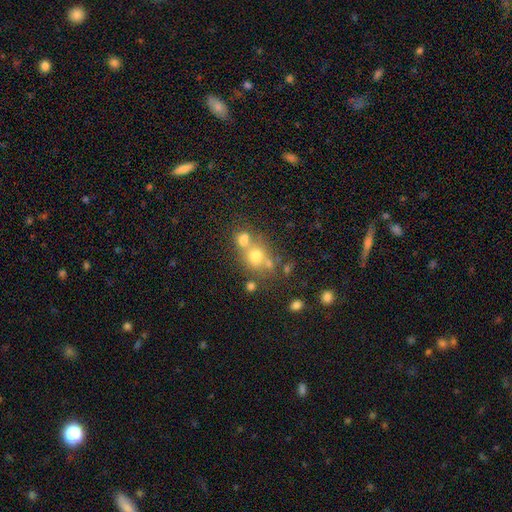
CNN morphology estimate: Overall: smooth (62%). How rounded: round (75%). Merging: merger (44%; none 43%).